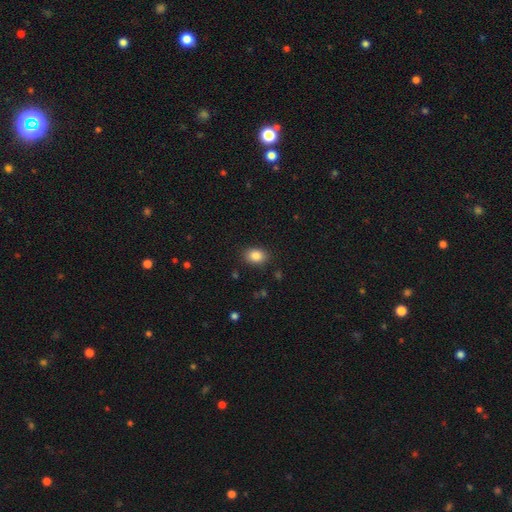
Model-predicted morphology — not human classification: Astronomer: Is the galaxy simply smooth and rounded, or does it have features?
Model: smooth — 86%.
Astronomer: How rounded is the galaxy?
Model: in between — 69%.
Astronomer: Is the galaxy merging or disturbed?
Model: none — 87%.